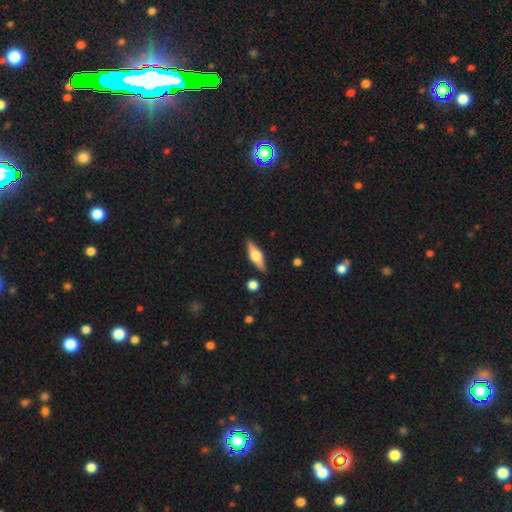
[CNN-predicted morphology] featured or disk 62%, smooth 31%, star or artifact 6%. Down the decision tree: edge-on disk — yes (94%); edge-on bulge — rounded (94%); merging — none (88%).